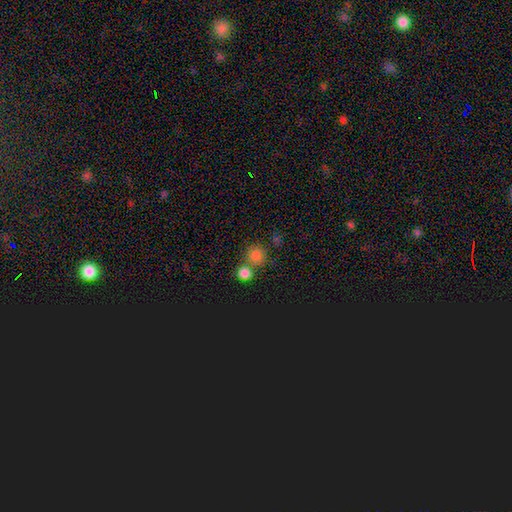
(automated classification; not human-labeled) Overall: smooth (78%). How rounded: round (89%). Merging: none (62%; merger 27%).